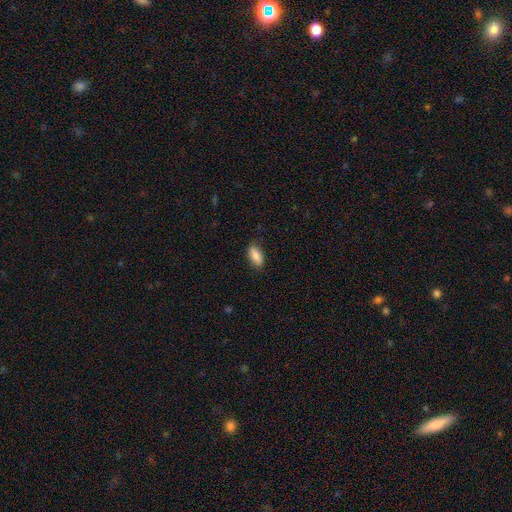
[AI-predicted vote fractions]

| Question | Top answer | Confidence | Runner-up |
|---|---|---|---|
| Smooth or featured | smooth | 87% | featured or disk (6%) |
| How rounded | in between | 84% | cigar-shaped (14%) |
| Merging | none | 83% | minor disturbance (13%) |